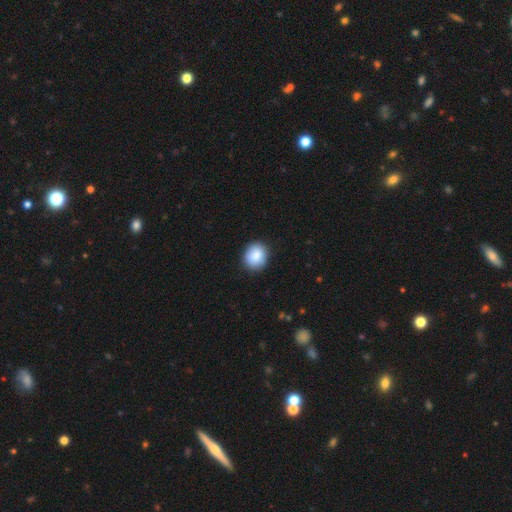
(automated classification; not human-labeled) Overall: smooth (88%). How rounded: round (72%). Merging: none (89%).